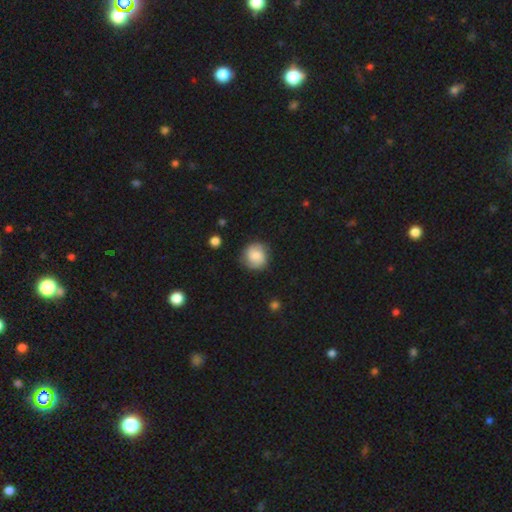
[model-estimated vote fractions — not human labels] Smooth or featured? smooth (73%)
How rounded? round (86%)
Merging? none (78%)